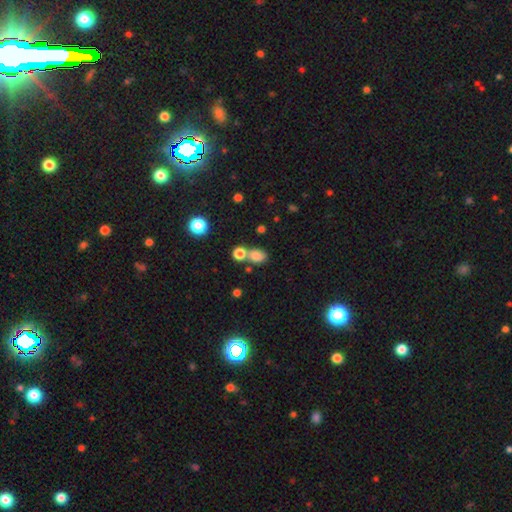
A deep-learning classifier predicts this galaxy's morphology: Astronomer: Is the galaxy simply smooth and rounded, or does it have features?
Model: smooth — 78%.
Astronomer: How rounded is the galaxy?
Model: in between — 60% (runner-up: round, 39%).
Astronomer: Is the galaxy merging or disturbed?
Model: none — 52% (runner-up: merger, 33%).